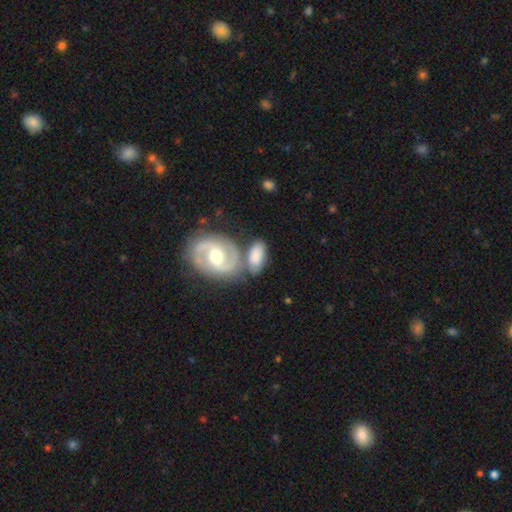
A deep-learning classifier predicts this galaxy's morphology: Smooth or featured: smooth — 49% (featured or disk — 46%)
Merging: none — 49% (merger — 28%)